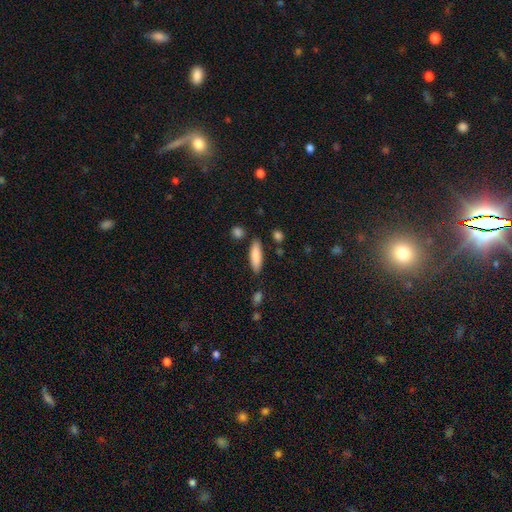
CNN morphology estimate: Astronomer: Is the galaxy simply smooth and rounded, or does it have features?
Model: smooth — 85%.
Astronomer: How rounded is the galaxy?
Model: cigar-shaped — 55% (runner-up: in between, 43%).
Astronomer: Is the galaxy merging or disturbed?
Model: none — 83%.